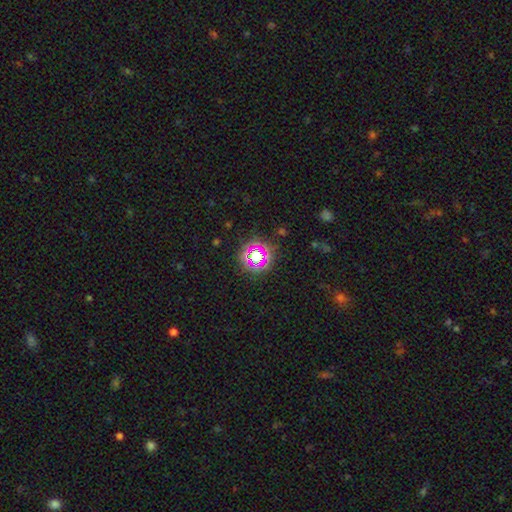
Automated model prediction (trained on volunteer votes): Smooth or featured? Predicted: star or artifact (p=0.66).